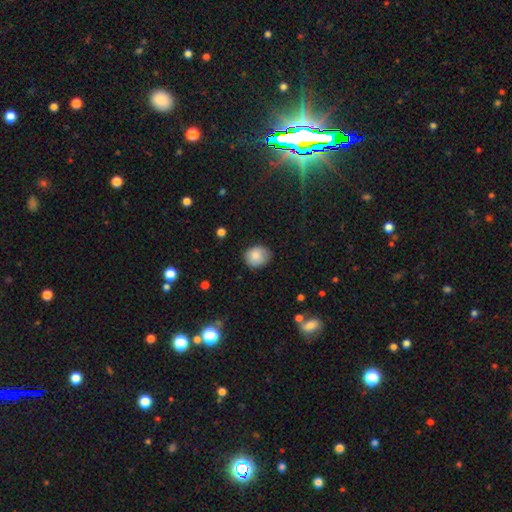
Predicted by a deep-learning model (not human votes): smooth 83%, featured or disk 9%, star or artifact 8%. Down the decision tree: how rounded — round (66%); merging — none (77%).